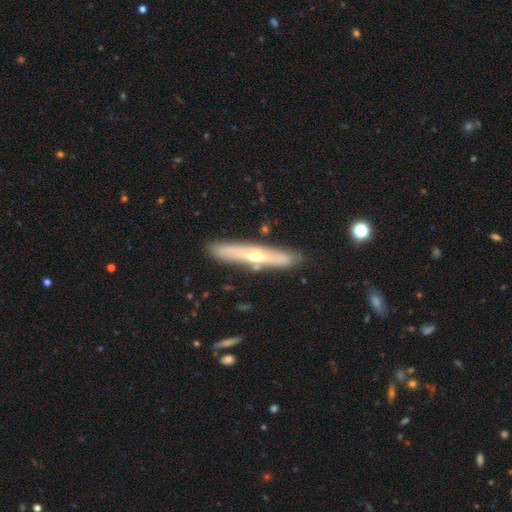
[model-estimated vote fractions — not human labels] Smooth or featured? featured or disk (59%)
Edge-on disk? yes (81%)
Merging? none (84%)